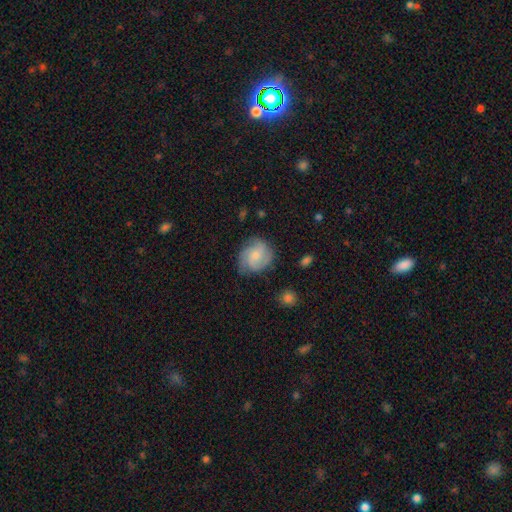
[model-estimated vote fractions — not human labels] Morphology: type=featured or disk (55%); edge-on=no (98%); bar=no (66%); spiral arms=yes (91%); bulge=small (50%); merging=none (70%).